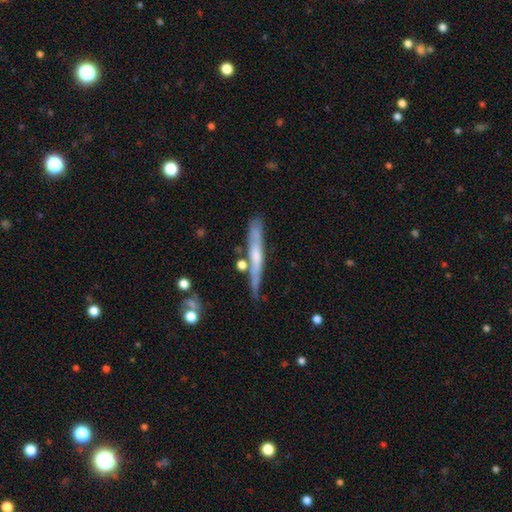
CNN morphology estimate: Overall: featured or disk (57%; smooth 36%). Edge-on disk: yes (91%). Edge-on bulge: none (51%; rounded 40%). Merging: none (70%).